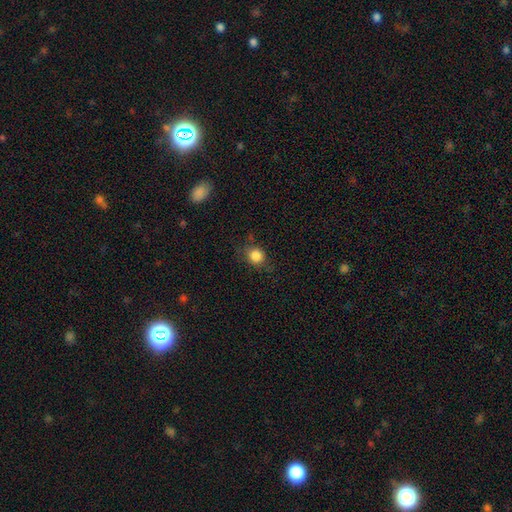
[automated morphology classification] smooth_or_featured: smooth (p=0.84) [alt: star or artifact p=0.10]
how_rounded: round (p=0.75) [alt: in between p=0.24]
merging: none (p=0.75) [alt: minor disturbance p=0.18]